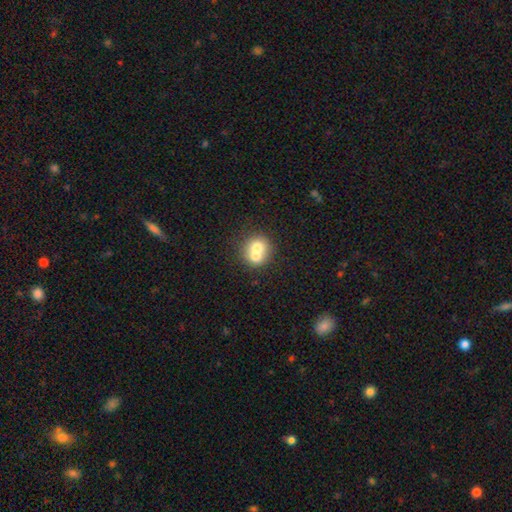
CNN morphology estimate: The model was most divided on "merging": merger: 64%, none: 28%, minor disturbance: 6%, major disturbance: 2%. More confident: how rounded — round (81%); smooth or featured — smooth (66%).